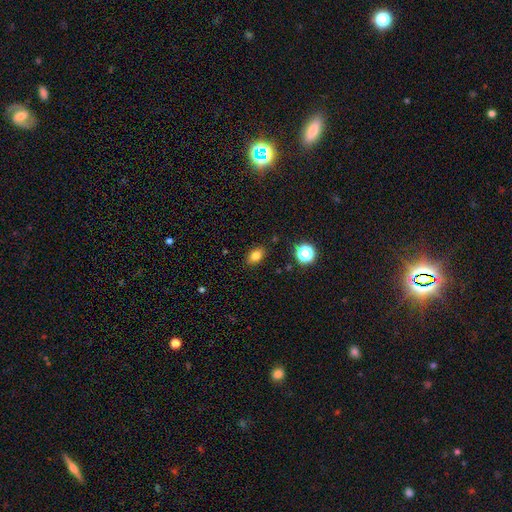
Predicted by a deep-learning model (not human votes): Smooth or featured: smooth — 81% (star or artifact — 12%)
How rounded: in between — 78% (round — 21%)
Merging: none — 86% (minor disturbance — 9%)